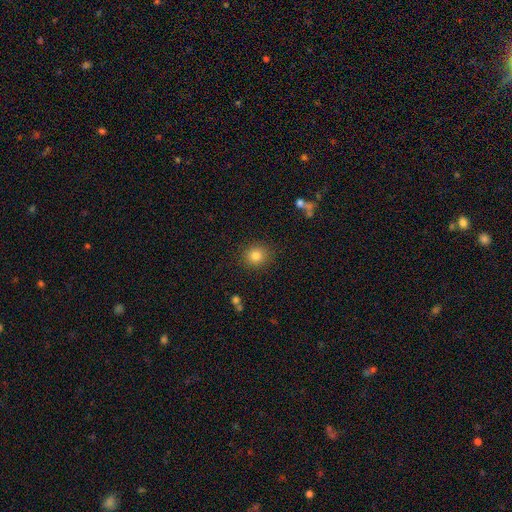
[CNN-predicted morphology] smooth_or_featured: smooth (p=0.82) [alt: star or artifact p=0.11]
how_rounded: round (p=0.86) [alt: in between p=0.13]
merging: none (p=0.89) [alt: minor disturbance p=0.07]